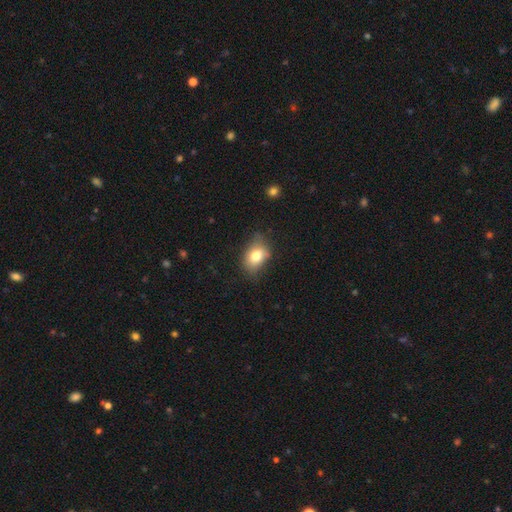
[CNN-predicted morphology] Smooth or featured?
  - smooth: 77% *
  - featured or disk: 14%
  - star or artifact: 10%
How rounded?
  - in between: 75% *
  - round: 24%
  - cigar-shaped: 1%
Merging?
  - none: 58% *
  - minor disturbance: 31%
  - major disturbance: 9%
  - merger: 2%